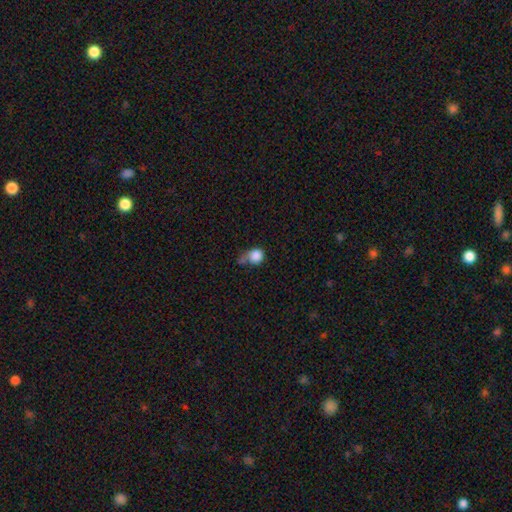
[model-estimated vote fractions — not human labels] Morphology: type=smooth (84%); roundness=round (83%); merging=none (39%).